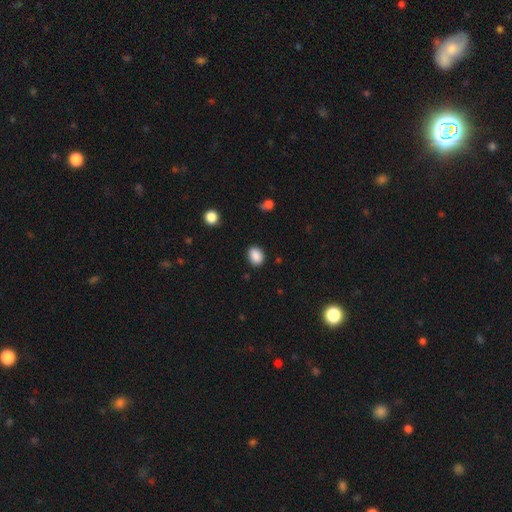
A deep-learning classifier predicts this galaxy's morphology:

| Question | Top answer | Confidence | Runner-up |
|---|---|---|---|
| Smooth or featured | smooth | 88% | star or artifact (9%) |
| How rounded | in between | 57% | round (43%) |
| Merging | none | 88% | minor disturbance (8%) |